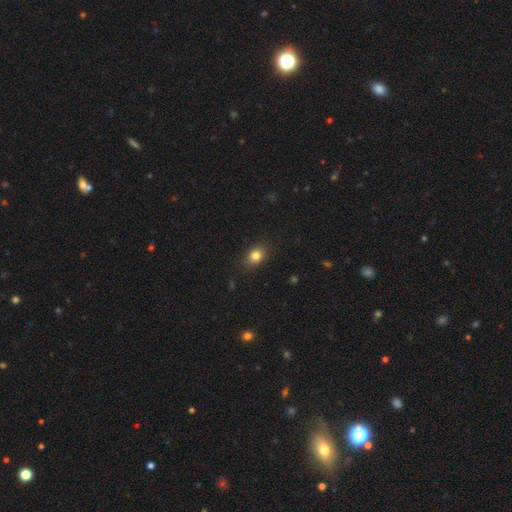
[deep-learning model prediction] Overall: smooth (82%). How rounded: in between (62%; round 37%). Merging: none (86%).